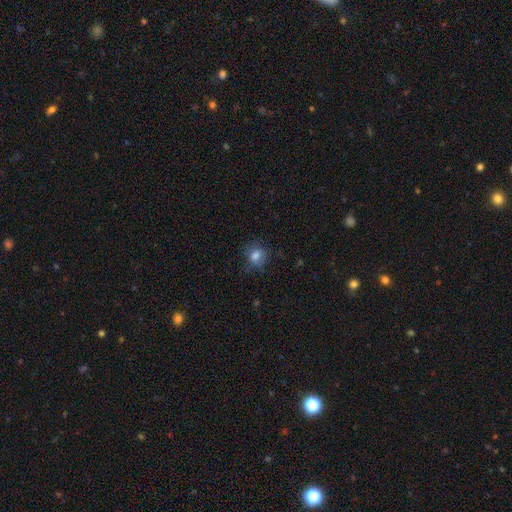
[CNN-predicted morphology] type=smooth (80%); roundness=round (68%); merging=none (75%).